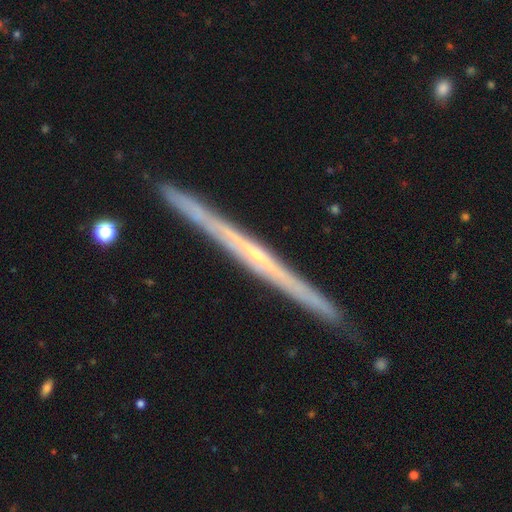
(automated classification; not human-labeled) smooth-or-featured: featured or disk: 81% | smooth: 14% | star or artifact: 6%
  disk-edge-on: yes: 98% | no: 2%
    edge-on-bulge: none: 56% | rounded: 39% | boxy: 5%
  merging: none: 91% | minor disturbance: 6% | merger: 1% | major disturbance: 1%